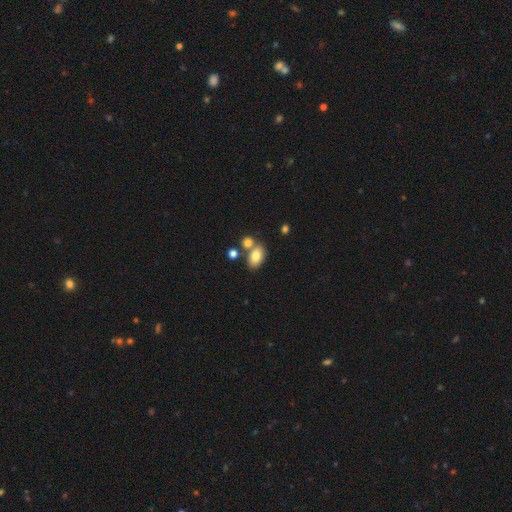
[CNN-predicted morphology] This appears to be a smooth galaxy with no disk features (79%) that is in between round and cigar-shaped (84%). Merging: none (54%).